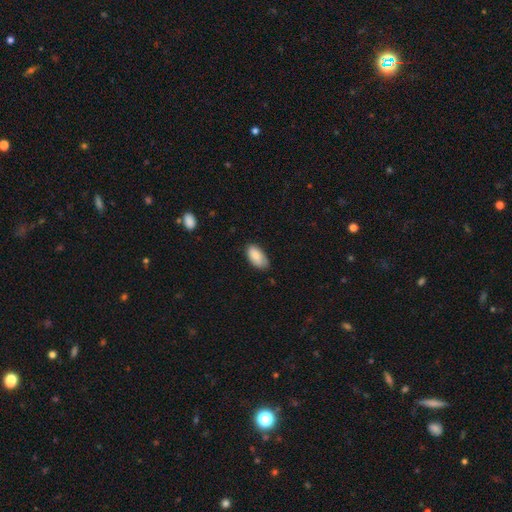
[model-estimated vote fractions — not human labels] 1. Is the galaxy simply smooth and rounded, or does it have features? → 84% smooth, 10% featured or disk, 6% star or artifact.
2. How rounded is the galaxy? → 95% in between, 3% cigar-shaped, 2% round.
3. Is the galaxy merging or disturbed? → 72% none, 23% minor disturbance, 3% major disturbance, 1% merger.